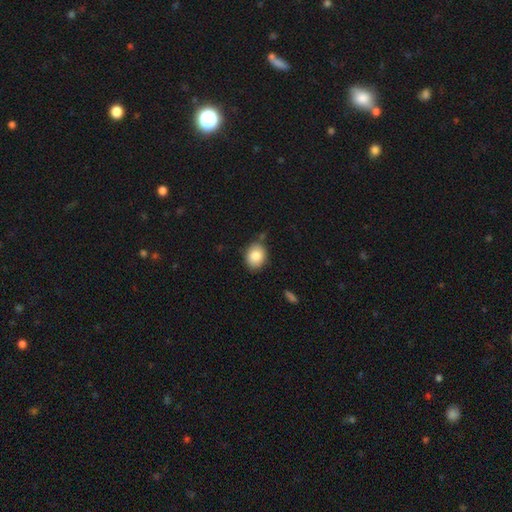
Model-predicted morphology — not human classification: Smooth or featured: smooth — 86% (star or artifact — 8%)
How rounded: in between — 54% (round — 45%)
Merging: none — 77% (minor disturbance — 16%)